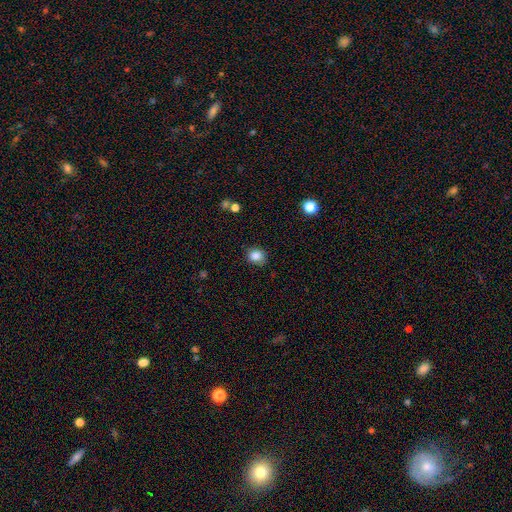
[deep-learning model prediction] A smooth galaxy with no disk features (85%) that is round (71%).

Vote fractions:
- Smooth or featured? smooth: 85% / star or artifact: 10% / featured or disk: 5%
- How rounded? round: 71% / in between: 28% / cigar-shaped: 1%
- Merging? none: 78% / minor disturbance: 17% / major disturbance: 3% / merger: 2%